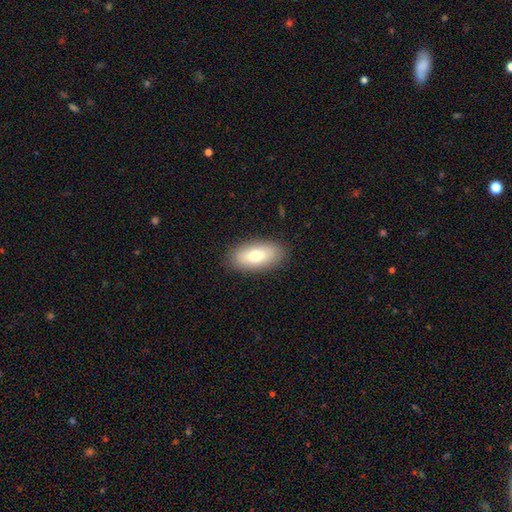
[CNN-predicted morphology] Q: Smooth or featured?
A: smooth (76%); runner-up: featured or disk (18%)
Q: How rounded?
A: in between (89%); runner-up: cigar-shaped (8%)
Q: Merging?
A: none (88%); runner-up: minor disturbance (9%)